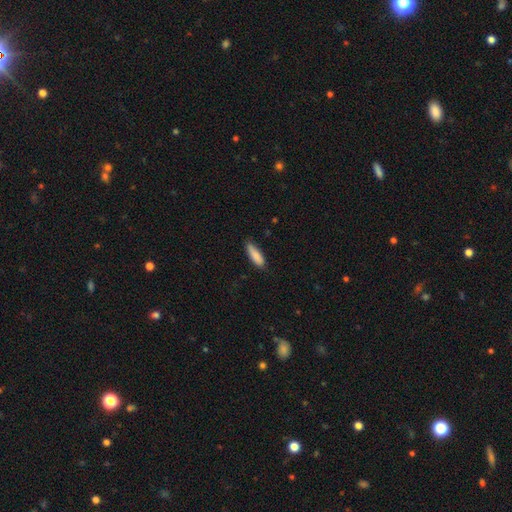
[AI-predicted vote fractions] Smooth or featured? Predicted: smooth (p=0.87). How rounded? Predicted: cigar-shaped (p=0.55). Merging? Predicted: none (p=0.77).